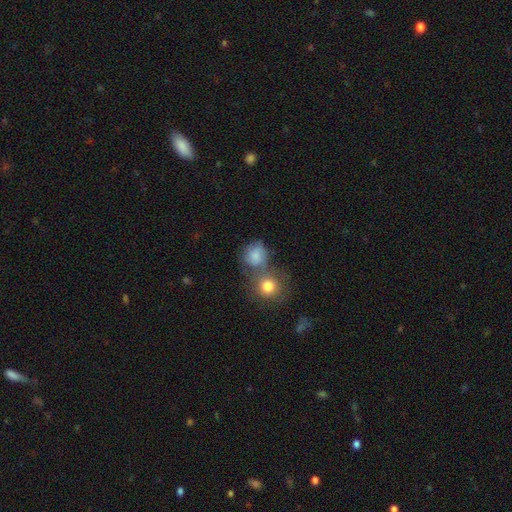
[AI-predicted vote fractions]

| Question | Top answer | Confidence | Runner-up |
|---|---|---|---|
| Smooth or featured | smooth | 71% | featured or disk (19%) |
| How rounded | round | 72% | in between (27%) |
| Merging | none | 38% | tied: merger (38%) |